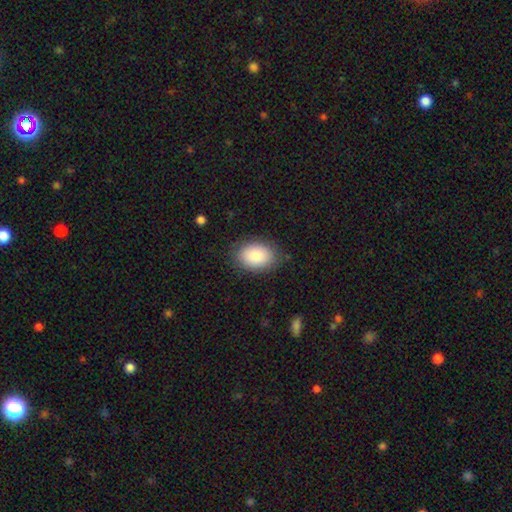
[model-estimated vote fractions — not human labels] Smooth or featured?
  - smooth: 86% *
  - featured or disk: 7%
  - star or artifact: 7%
How rounded?
  - in between: 81% *
  - round: 18%
  - cigar-shaped: 1%
Merging?
  - none: 82% *
  - minor disturbance: 13%
  - major disturbance: 4%
  - merger: 1%